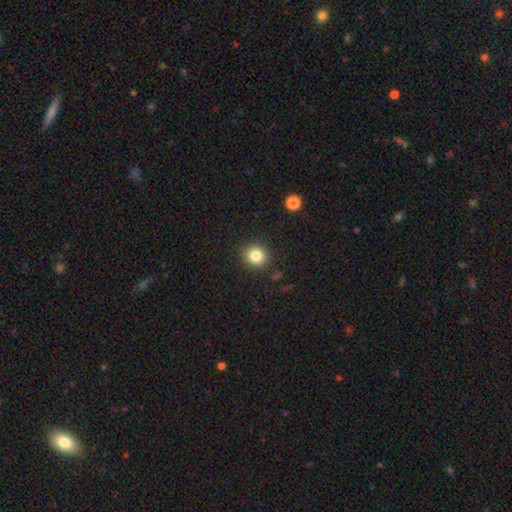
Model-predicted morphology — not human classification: Smooth or featured? Predicted: smooth (p=0.82). How rounded? Predicted: round (p=0.87). Merging? Predicted: none (p=0.89).